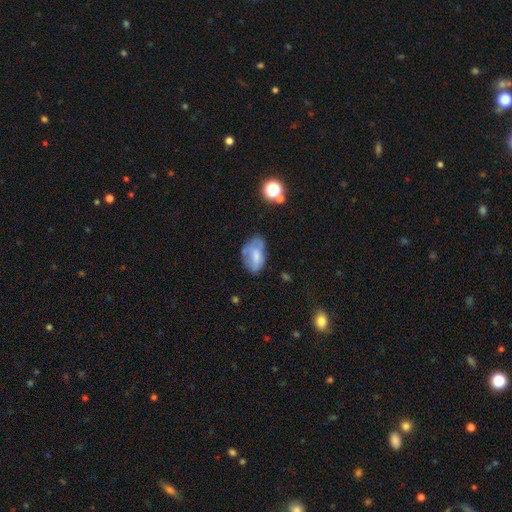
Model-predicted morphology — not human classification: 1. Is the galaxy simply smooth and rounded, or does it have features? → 55% smooth, 35% featured or disk, 10% star or artifact.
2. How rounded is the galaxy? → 89% in between, 9% round, 2% cigar-shaped.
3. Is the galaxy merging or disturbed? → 44% none, 32% minor disturbance, 19% major disturbance, 5% merger.